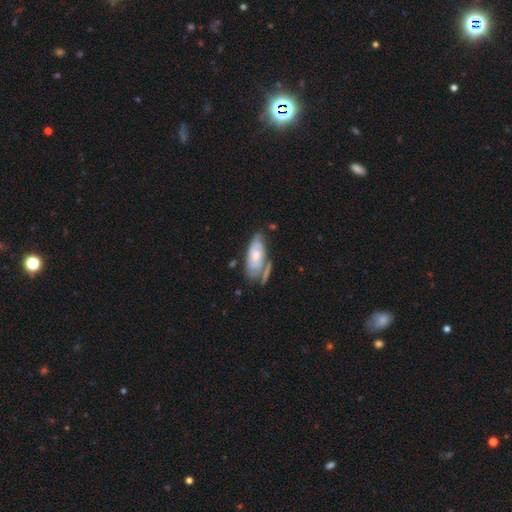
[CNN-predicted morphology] Smooth or featured?
  - featured or disk: 66% *
  - smooth: 28%
  - star or artifact: 6%
Edge-on disk?
  - no: 90% *
  - yes: 10%
Bar?
  - no: 74% *
  - weak: 22%
  - strong: 4%
Spiral arms?
  - yes: 81% *
  - no: 19%
Bulge size?
  - moderate: 57% *
  - small: 33%
  - large: 7%
  - none: 3%
  - dominant: 1%
Merging?
  - none: 52% *
  - minor disturbance: 25%
  - merger: 12%
  - major disturbance: 11%